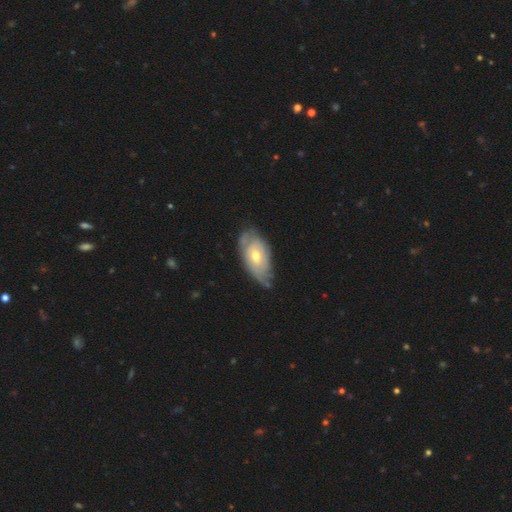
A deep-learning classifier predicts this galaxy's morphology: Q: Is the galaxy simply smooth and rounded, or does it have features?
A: featured or disk — 61%.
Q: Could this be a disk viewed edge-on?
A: no — 90%.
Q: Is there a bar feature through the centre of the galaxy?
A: no — 71%.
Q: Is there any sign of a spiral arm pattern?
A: yes — 67%.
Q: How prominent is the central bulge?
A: moderate — 66%.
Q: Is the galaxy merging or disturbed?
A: none — 56%.